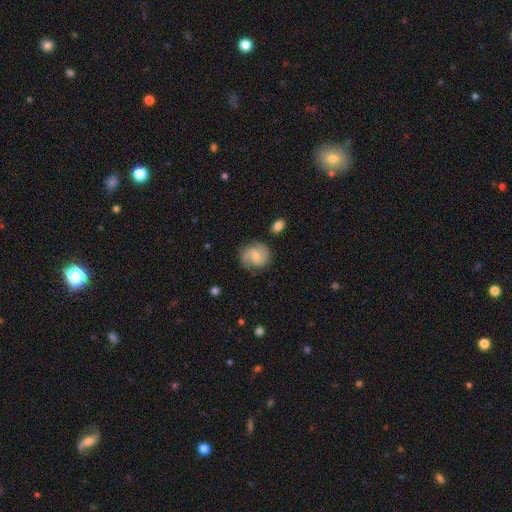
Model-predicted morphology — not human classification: The model was most divided on "bulge size": small: 47%, moderate: 45%, none: 4%, large: 2%, dominant: 1%. Remaining: edge-on disk — no (97%); spiral arms — yes (91%); spiral arm count — 2 (85%); merging — none (76%); smooth or featured — featured or disk (64%); bar — weak (48%); spiral winding — medium (47%).